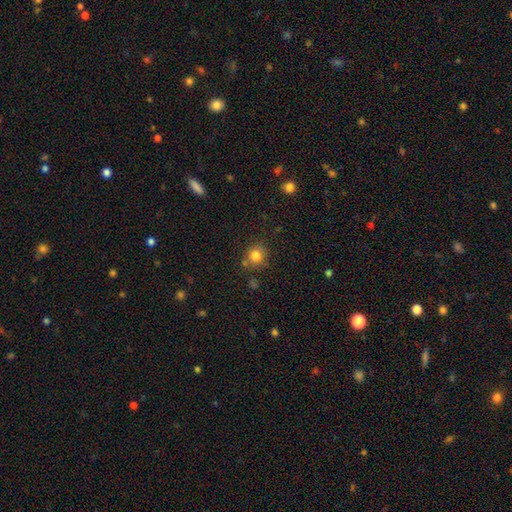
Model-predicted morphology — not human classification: A smooth galaxy with no disk features (82%) that is round (87%).

Vote fractions:
- Smooth or featured? smooth: 82% / star or artifact: 12% / featured or disk: 6%
- How rounded? round: 87% / in between: 12% / cigar-shaped: 1%
- Merging? none: 75% / minor disturbance: 13% / merger: 9% / major disturbance: 4%